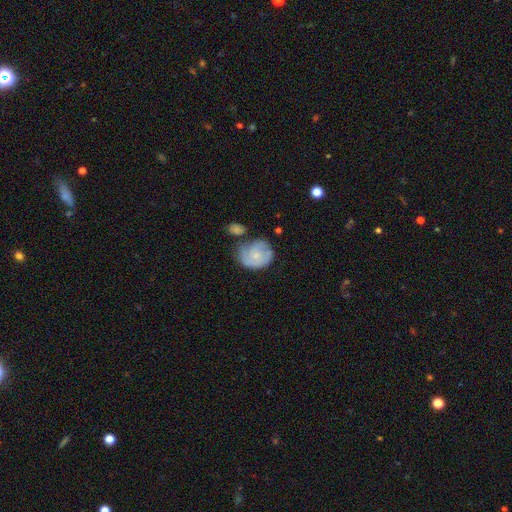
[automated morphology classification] Smooth or featured: featured or disk — 48% (smooth — 45%)
Merging: none — 47% (minor disturbance — 27%)